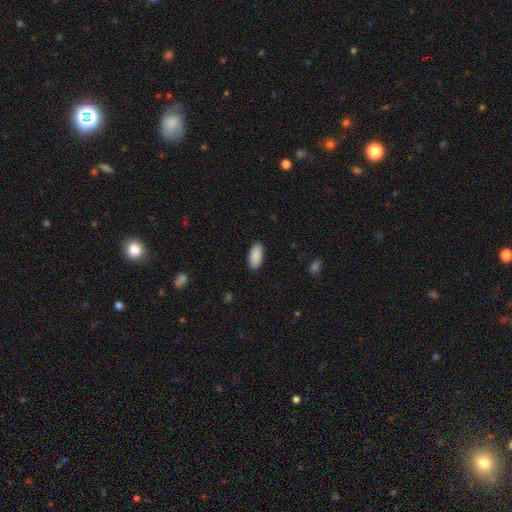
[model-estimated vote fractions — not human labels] Overall: smooth (91%). How rounded: in between (90%). Merging: none (89%).